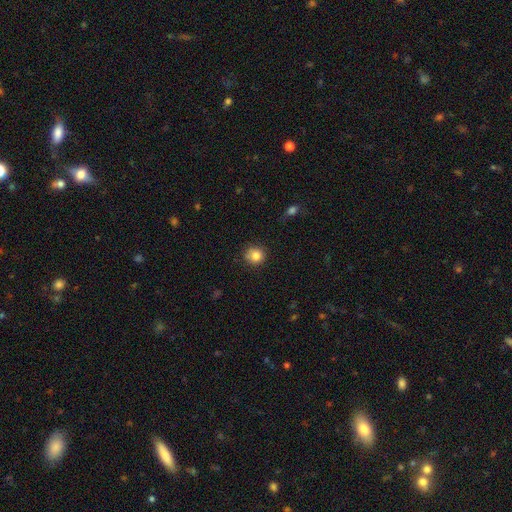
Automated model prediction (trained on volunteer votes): smooth_or_featured: smooth (p=0.83) [alt: star or artifact p=0.10]
how_rounded: round (p=0.90) [alt: in between p=0.09]
merging: none (p=0.82) [alt: minor disturbance p=0.14]